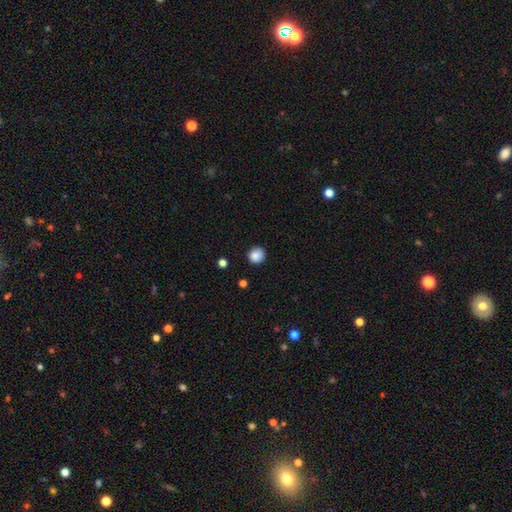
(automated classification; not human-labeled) smooth-or-featured: smooth: 87% | star or artifact: 9% | featured or disk: 3%
  how-rounded: round: 92% | in between: 7% | cigar-shaped: 1%
  merging: none: 89% | minor disturbance: 8% | major disturbance: 2% | merger: 1%